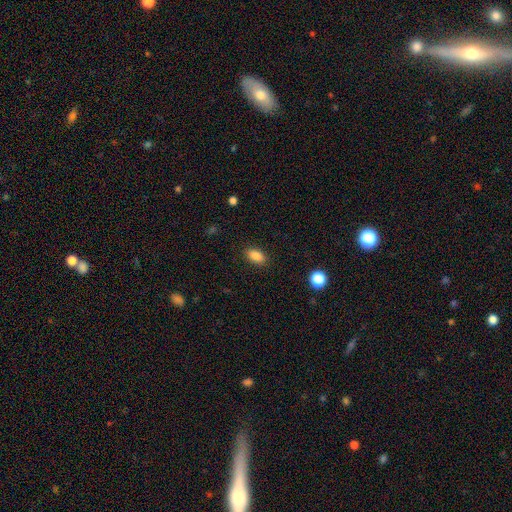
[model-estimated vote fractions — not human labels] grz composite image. It shows a smooth galaxy with no disk features (86%) that is in between round and cigar-shaped (89%). Merging: none (88%).